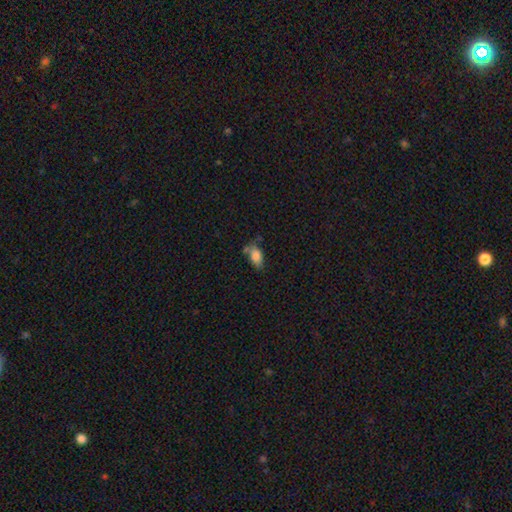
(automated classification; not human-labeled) Q: Smooth or featured?
A: smooth (82%); runner-up: star or artifact (9%)
Q: How rounded?
A: in between (89%); runner-up: round (6%)
Q: Merging?
A: none (47%); runner-up: minor disturbance (27%)